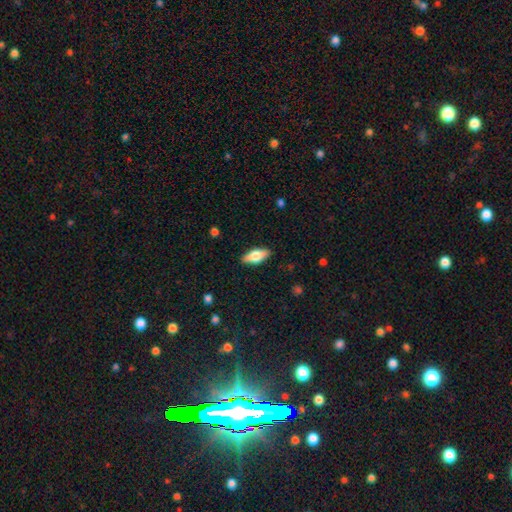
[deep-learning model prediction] This is likely a smooth galaxy (61%). How rounded: likely in between (77%). Merging: clearly none (88%).